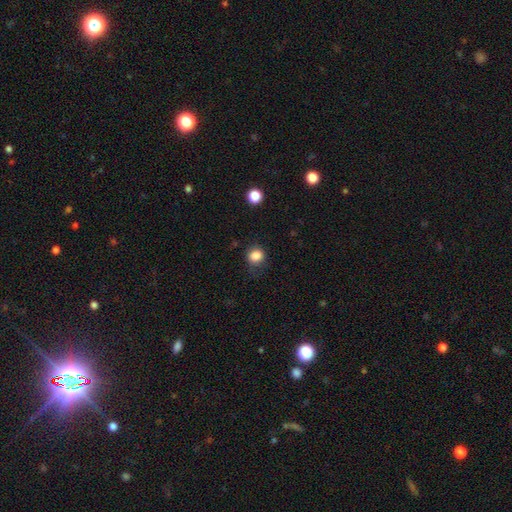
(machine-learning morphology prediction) A smooth galaxy with no disk features (85%) that is round (77%).

Vote fractions:
- Smooth or featured? smooth: 85% / star or artifact: 11% / featured or disk: 4%
- How rounded? round: 77% / in between: 22% / cigar-shaped: 1%
- Merging? none: 72% / minor disturbance: 20% / major disturbance: 7% / merger: 2%